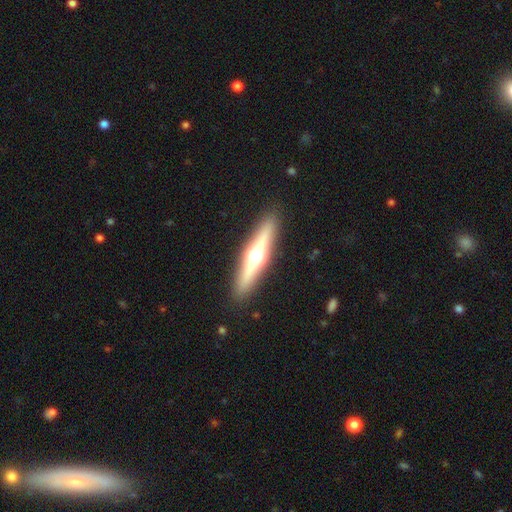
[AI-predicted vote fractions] This is likely a featured or disk galaxy (63%). It is clearly viewed edge-on (94%). Edge-on bulge: clearly rounded (95%). Merging: clearly none (90%).